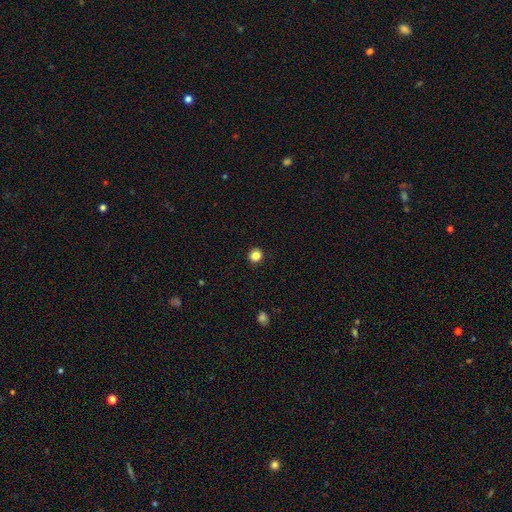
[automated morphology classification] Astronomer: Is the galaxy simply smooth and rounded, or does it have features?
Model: smooth — 84%.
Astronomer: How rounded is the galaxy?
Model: round — 93%.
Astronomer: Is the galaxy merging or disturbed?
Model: none — 93%.